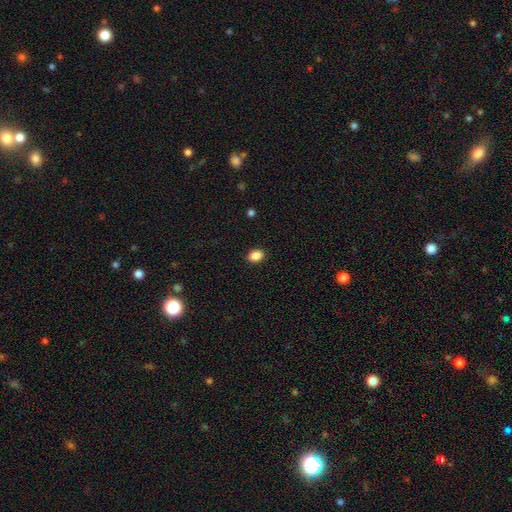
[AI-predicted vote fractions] Overall: smooth (87%). How rounded: in between (68%; round 31%). Merging: none (90%).